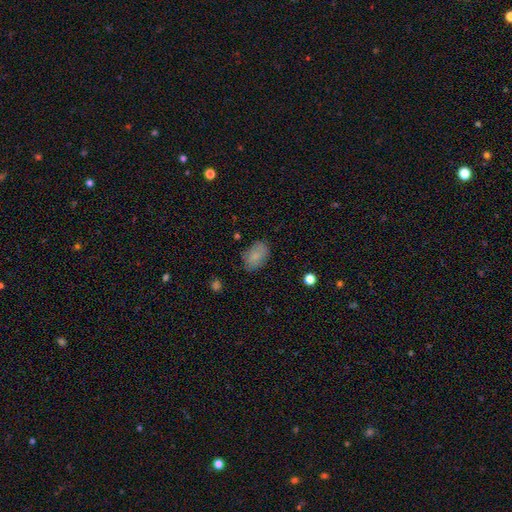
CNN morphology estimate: Smooth or featured: smooth — 82% (featured or disk — 10%)
How rounded: in between — 86% (round — 13%)
Merging: none — 77% (minor disturbance — 18%)